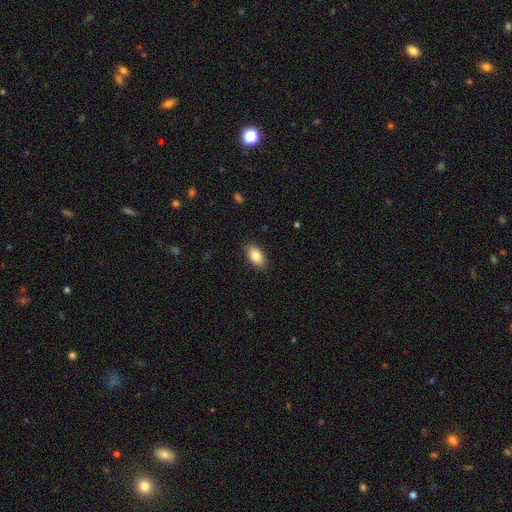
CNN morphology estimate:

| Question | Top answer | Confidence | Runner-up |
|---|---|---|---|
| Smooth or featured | smooth | 85% | featured or disk (8%) |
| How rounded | in between | 93% | round (4%) |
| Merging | none | 89% | minor disturbance (8%) |